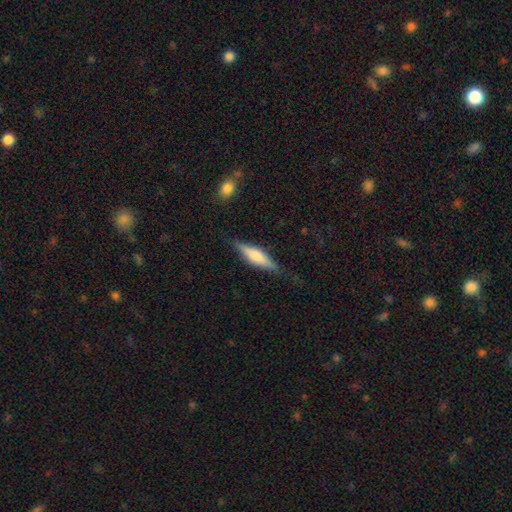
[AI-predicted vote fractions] Q: Smooth or featured?
A: smooth (47%); runner-up: featured or disk (46%)
Q: Merging?
A: none (82%); runner-up: minor disturbance (14%)